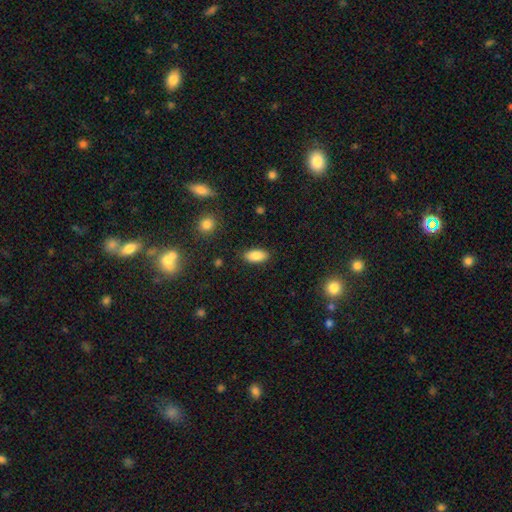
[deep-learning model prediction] smooth 86%, star or artifact 8%, featured or disk 6%. Down the decision tree: how rounded — in between (91%); merging — none (87%).